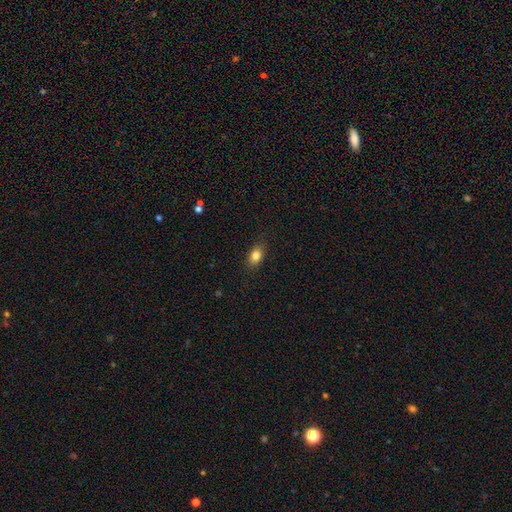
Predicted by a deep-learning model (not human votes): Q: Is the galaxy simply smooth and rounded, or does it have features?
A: smooth — 83%.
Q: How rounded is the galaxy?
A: in between — 80%.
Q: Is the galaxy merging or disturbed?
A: none — 86%.